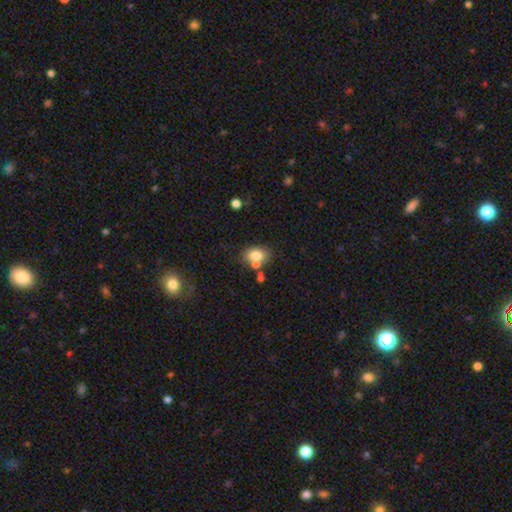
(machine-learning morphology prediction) smooth-or-featured: smooth: 77% | featured or disk: 13% | star or artifact: 10%
  how-rounded: in between: 74% | round: 24% | cigar-shaped: 1%
  merging: none: 55% | merger: 26% | minor disturbance: 14% | major disturbance: 5%